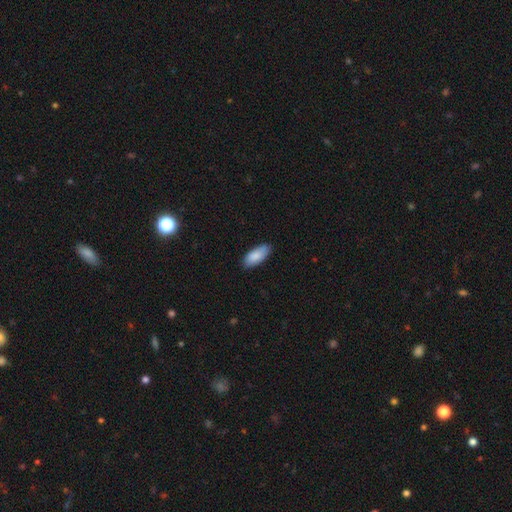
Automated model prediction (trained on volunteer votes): This is clearly a smooth galaxy (88%). How rounded: clearly in between (86%). Merging: clearly none (83%).